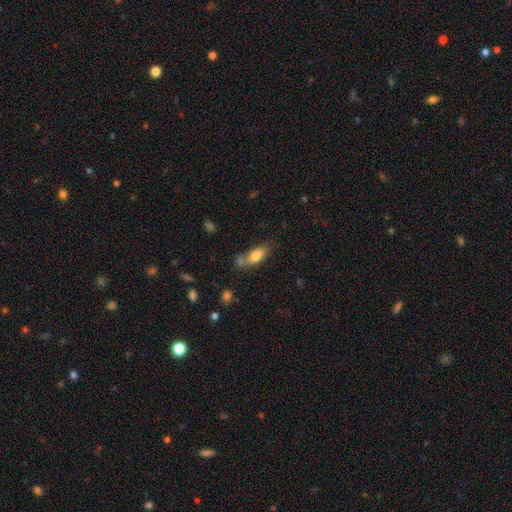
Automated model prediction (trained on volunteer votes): Smooth or featured? smooth (77%)
How rounded? in between (81%)
Merging? none (51%)